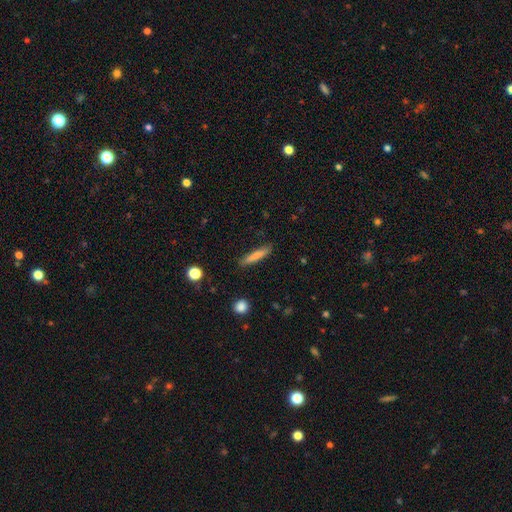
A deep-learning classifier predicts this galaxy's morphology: The model was most divided on "smooth or featured": smooth: 79%, featured or disk: 14%, star or artifact: 7%. More confident: how rounded — cigar-shaped (90%); merging — none (85%).